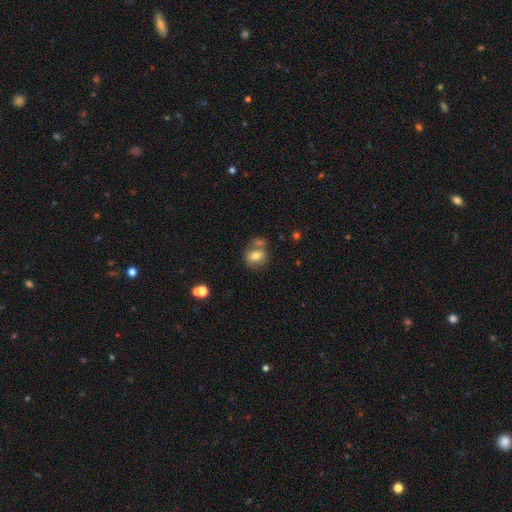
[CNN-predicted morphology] Smooth or featured?
  - smooth: 72% *
  - featured or disk: 18%
  - star or artifact: 10%
How rounded?
  - in between: 53% *
  - round: 45%
  - cigar-shaped: 2%
Merging?
  - none: 49% *
  - merger: 33%
  - minor disturbance: 13%
  - major disturbance: 5%